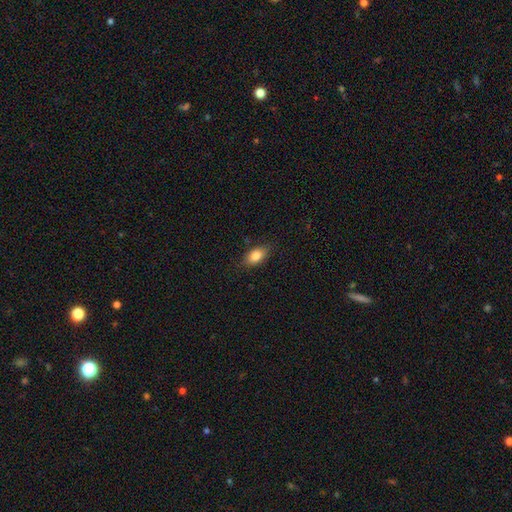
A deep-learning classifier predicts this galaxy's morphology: This is clearly a smooth galaxy (83%). How rounded: clearly in between (87%). Merging: clearly none (83%).